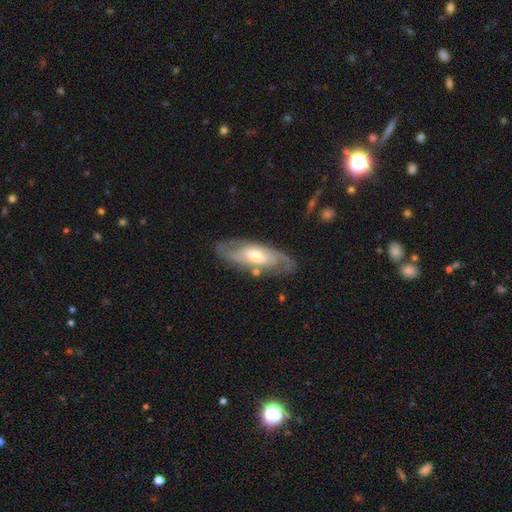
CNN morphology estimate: smooth_or_featured: featured or disk (p=0.74) [alt: smooth p=0.21]
disk_edge_on: no (p=0.84) [alt: yes p=0.16]
bar: no (p=0.55) [alt: weak p=0.33]
has_spiral_arms: yes (p=0.83) [alt: no p=0.17]
spiral_winding: tight (p=0.45) [alt: medium p=0.40]
spiral_arm_count: 2 (p=0.67) [alt: can't tell p=0.23]
bulge_size: moderate (p=0.66) [alt: small p=0.23]
merging: none (p=0.76) [alt: minor disturbance p=0.15]